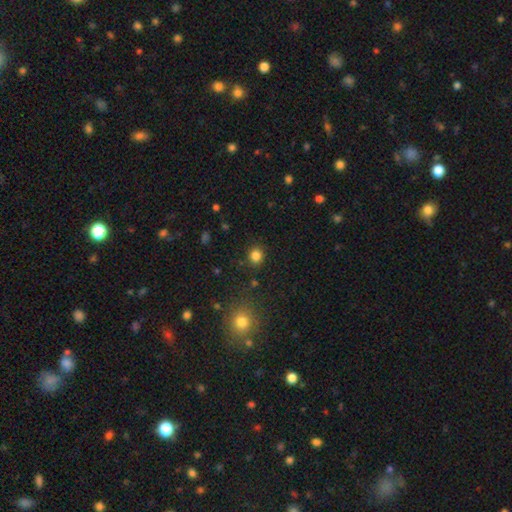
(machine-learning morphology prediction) Q: Smooth or featured?
A: smooth (83%); runner-up: star or artifact (13%)
Q: How rounded?
A: round (79%); runner-up: in between (20%)
Q: Merging?
A: none (86%); runner-up: minor disturbance (9%)